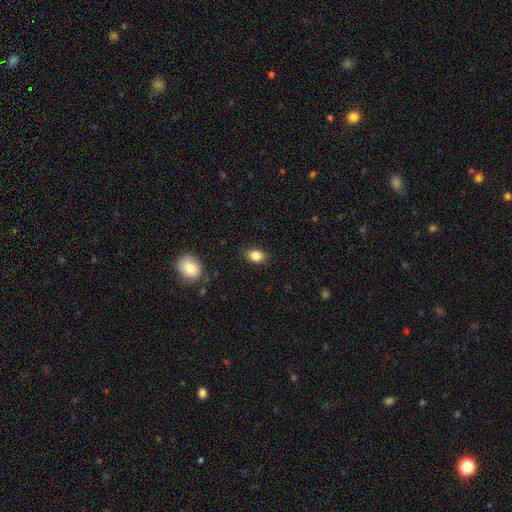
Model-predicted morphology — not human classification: The model was most divided on "how rounded": in between: 80%, round: 19%, cigar-shaped: 2%. More confident: merging — none (86%); smooth or featured — smooth (85%).